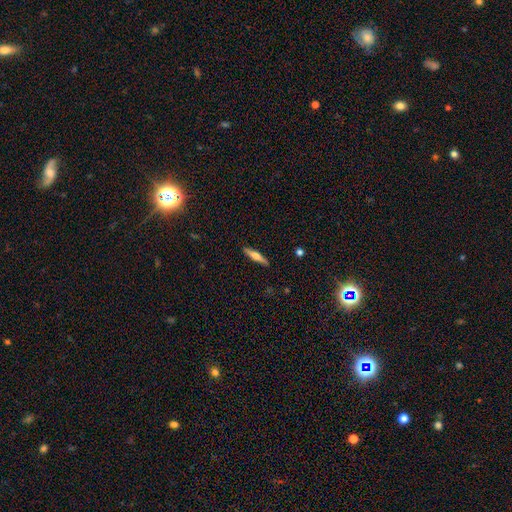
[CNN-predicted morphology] The model was most divided on "smooth or featured": featured or disk: 53%, smooth: 41%, star or artifact: 6%. More confident: edge-on disk — yes (96%); merging — none (91%); edge-on bulge — rounded (88%).